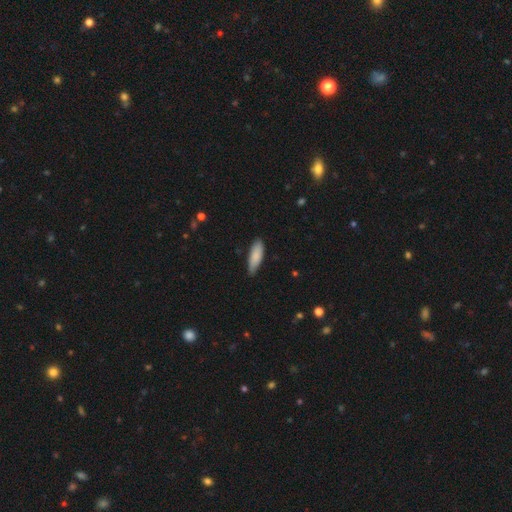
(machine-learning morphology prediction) Smooth or featured? smooth (86%)
How rounded? in between (58%)
Merging? none (77%)